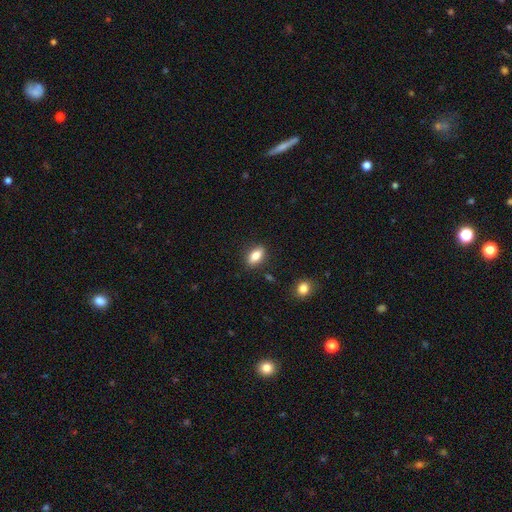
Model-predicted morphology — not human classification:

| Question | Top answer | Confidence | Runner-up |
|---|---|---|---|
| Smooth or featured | smooth | 81% | featured or disk (12%) |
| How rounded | in between | 85% | cigar-shaped (8%) |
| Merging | none | 86% | minor disturbance (10%) |